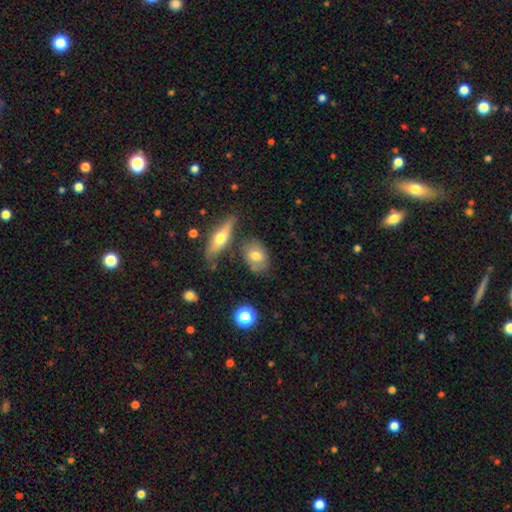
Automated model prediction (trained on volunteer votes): Q: Smooth or featured?
A: smooth (68%); runner-up: featured or disk (23%)
Q: How rounded?
A: in between (74%); runner-up: round (22%)
Q: Merging?
A: none (68%); runner-up: minor disturbance (17%)